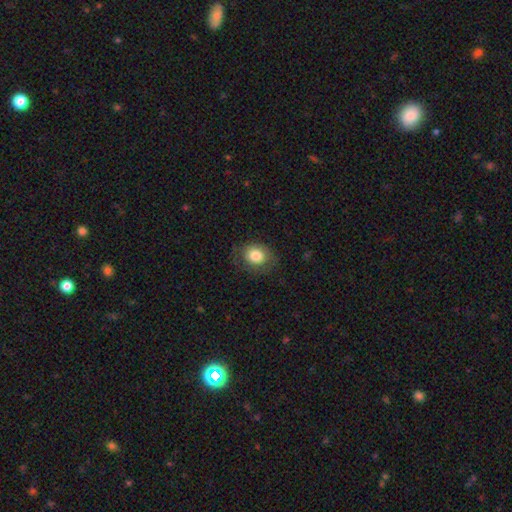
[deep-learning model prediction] Smooth or featured? Predicted: smooth (p=0.80). How rounded? Predicted: round (p=0.61). Merging? Predicted: none (p=0.73).